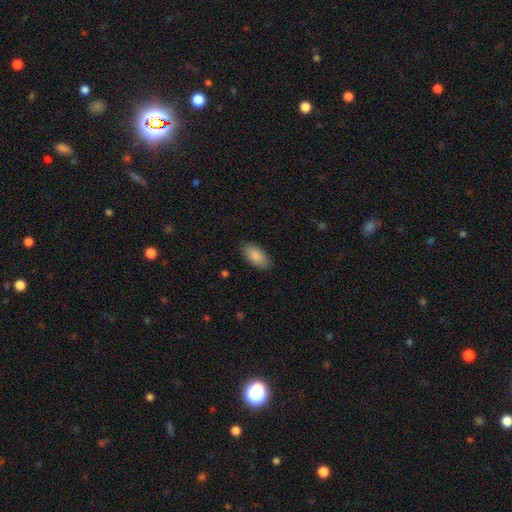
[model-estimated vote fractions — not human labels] Overall: smooth (88%). How rounded: in between (93%). Merging: none (87%).